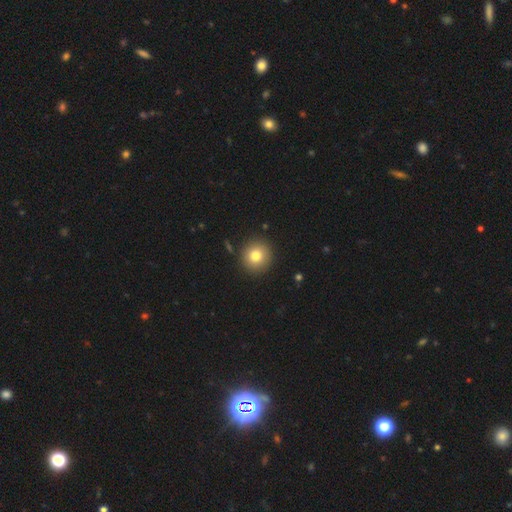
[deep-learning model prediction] smooth-or-featured: smooth: 79% | star or artifact: 11% | featured or disk: 10%
  how-rounded: round: 92% | in between: 7% | cigar-shaped: 1%
  merging: none: 90% | minor disturbance: 6% | major disturbance: 2% | merger: 2%